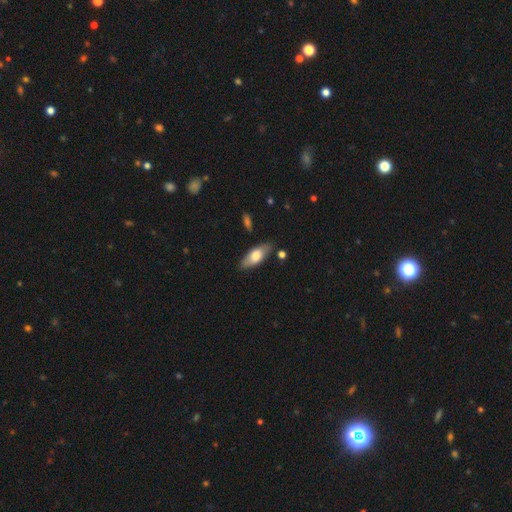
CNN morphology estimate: smooth 67%, featured or disk 27%, star or artifact 6%. Down the decision tree: how rounded — in between (77%); merging — none (79%).